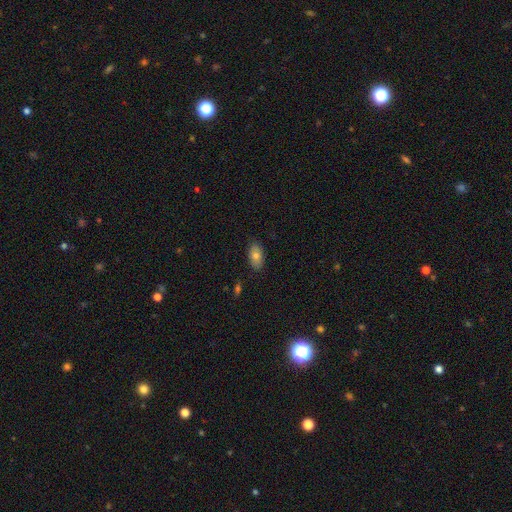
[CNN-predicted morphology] Smooth or featured? Predicted: smooth (p=0.77). How rounded? Predicted: in between (p=0.91). Merging? Predicted: none (p=0.85).